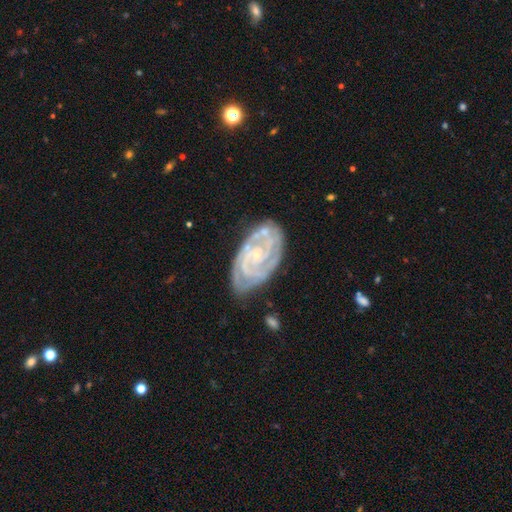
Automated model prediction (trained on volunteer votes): Morphology: type=featured or disk (87%); edge-on=no (96%); bar=no (66%); spiral arms=yes (96%); winding=tight (75%); arm count=2 (31%); bulge=small (77%); merging=none (71%).